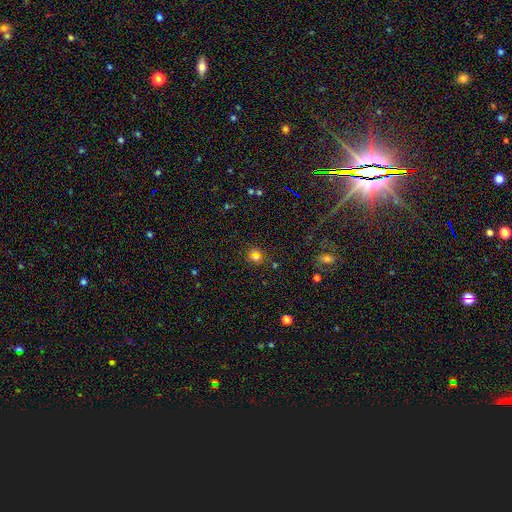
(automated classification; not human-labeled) The model was most divided on "smooth or featured": smooth: 53%, star or artifact: 37%, featured or disk: 10%. More confident: how rounded — round (81%); merging — none (74%).